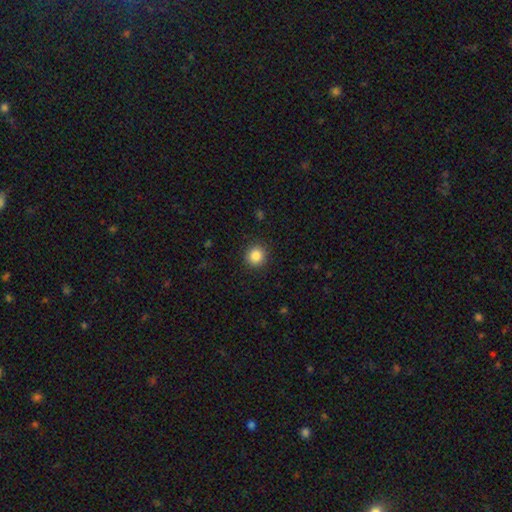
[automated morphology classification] type=smooth (86%); roundness=round (90%); merging=none (91%).